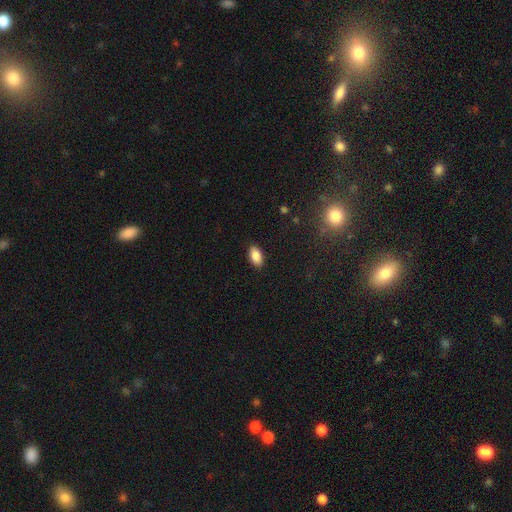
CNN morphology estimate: The model was most divided on "smooth or featured": smooth: 87%, star or artifact: 8%, featured or disk: 5%. More confident: how rounded — in between (93%); merging — none (88%).